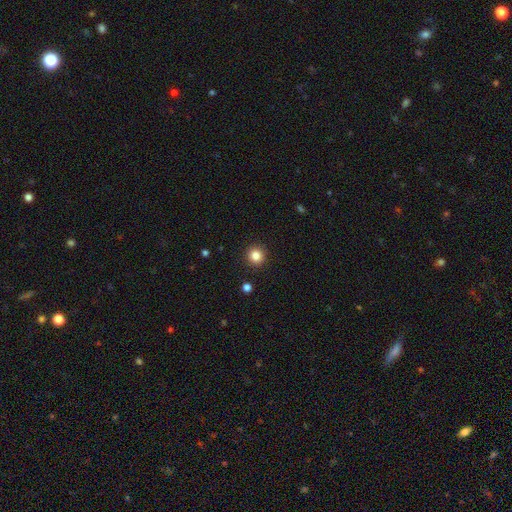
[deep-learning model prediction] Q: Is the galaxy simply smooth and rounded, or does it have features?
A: smooth — 84%.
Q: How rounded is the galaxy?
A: round — 95%.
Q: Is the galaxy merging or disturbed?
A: none — 92%.